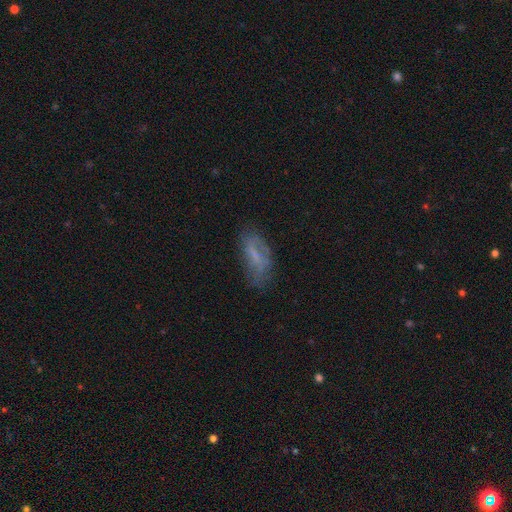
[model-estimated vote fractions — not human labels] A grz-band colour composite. It shows a smooth galaxy with no disk features (46%). Merging: none (58%).